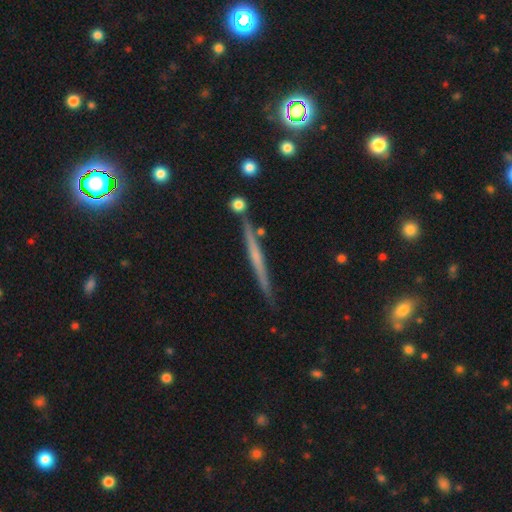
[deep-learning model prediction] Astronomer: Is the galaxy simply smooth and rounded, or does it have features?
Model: featured or disk — 62%.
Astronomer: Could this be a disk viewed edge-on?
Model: yes — 98%.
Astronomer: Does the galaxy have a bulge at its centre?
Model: none — 70%.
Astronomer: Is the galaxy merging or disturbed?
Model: none — 86%.